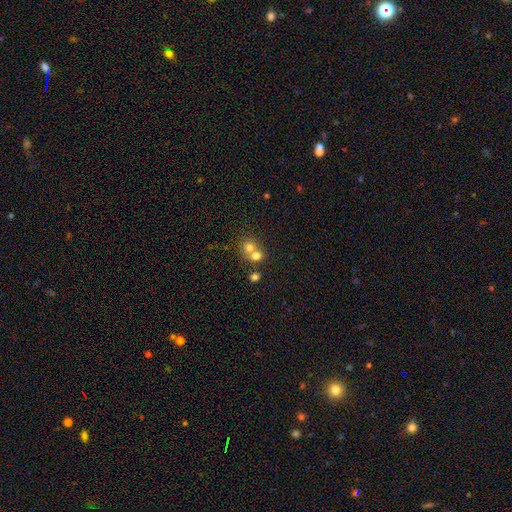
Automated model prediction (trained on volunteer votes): Morphology: type=smooth (72%); roundness=round (75%); merging=merger (58%).